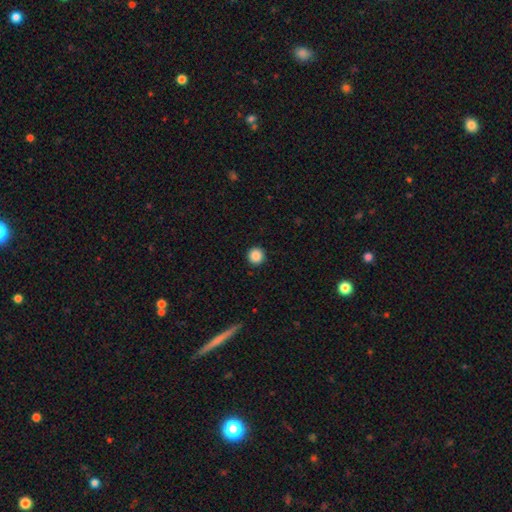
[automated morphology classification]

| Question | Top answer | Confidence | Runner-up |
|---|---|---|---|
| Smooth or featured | smooth | 88% | star or artifact (9%) |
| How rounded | round | 96% | in between (3%) |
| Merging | none | 93% | minor disturbance (4%) |